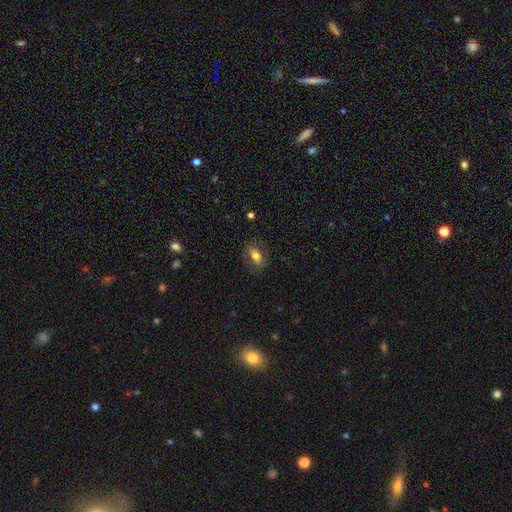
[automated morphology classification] type=smooth (70%); roundness=in between (86%); merging=none (78%).